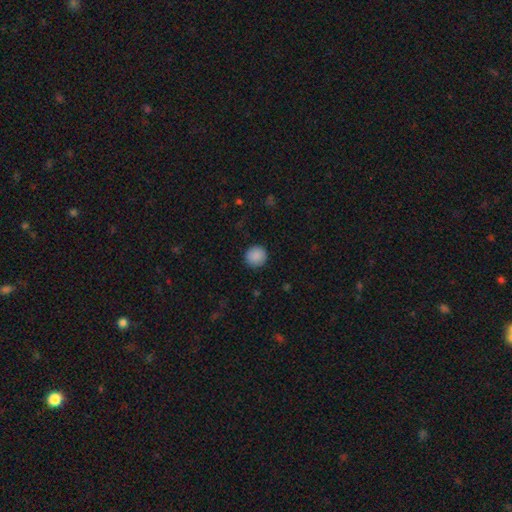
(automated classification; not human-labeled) Smooth or featured? Predicted: smooth (p=0.89). How rounded? Predicted: round (p=0.93). Merging? Predicted: none (p=0.90).